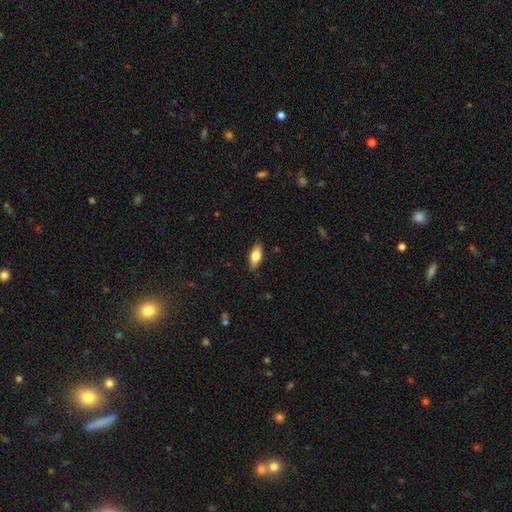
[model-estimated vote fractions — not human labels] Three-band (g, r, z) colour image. It shows a smooth galaxy with no disk features (74%) that is in between round and cigar-shaped (82%). Merging: none (87%).